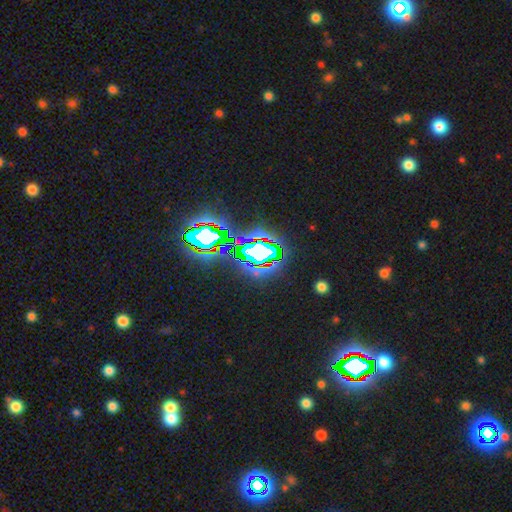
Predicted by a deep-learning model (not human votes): This is clearly a star or artifact rather than a galaxy (83%).